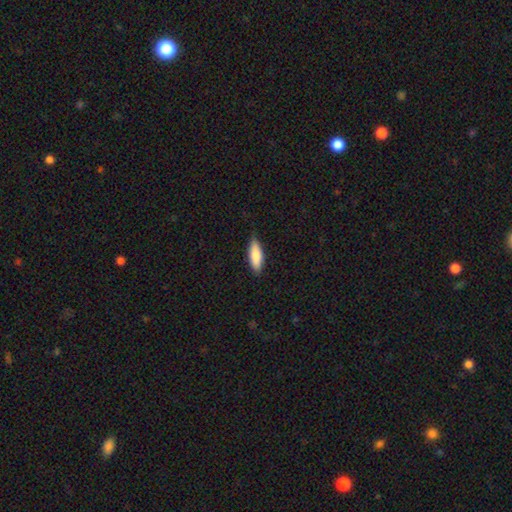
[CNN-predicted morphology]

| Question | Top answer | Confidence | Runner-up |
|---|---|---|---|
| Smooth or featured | smooth | 84% | featured or disk (10%) |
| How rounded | in between | 61% | cigar-shaped (38%) |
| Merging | none | 81% | minor disturbance (16%) |